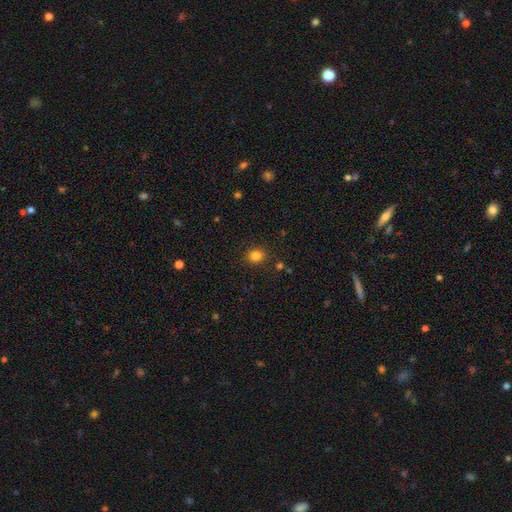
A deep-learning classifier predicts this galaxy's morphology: Smooth or featured?
  - smooth: 82% *
  - star or artifact: 13%
  - featured or disk: 5%
How rounded?
  - round: 79% *
  - in between: 20%
  - cigar-shaped: 1%
Merging?
  - none: 87% *
  - minor disturbance: 8%
  - major disturbance: 3%
  - merger: 2%